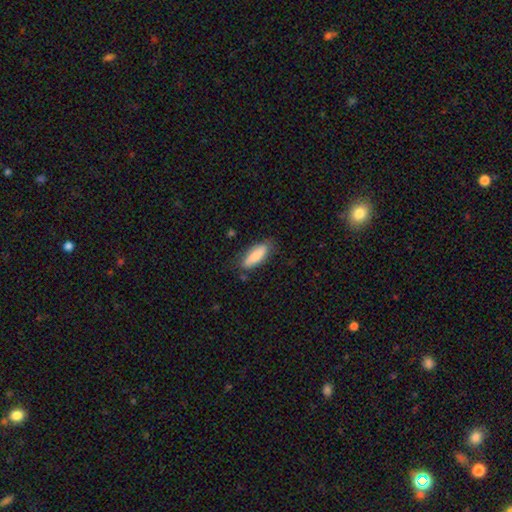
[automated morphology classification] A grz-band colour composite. It shows a smooth galaxy with no disk features (84%) that is in between round and cigar-shaped (64%). Merging: none (76%).